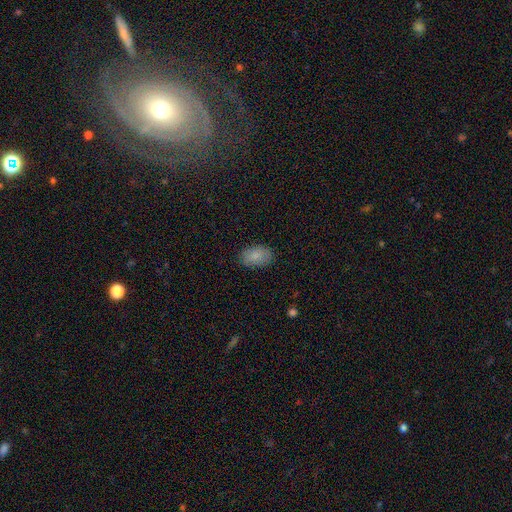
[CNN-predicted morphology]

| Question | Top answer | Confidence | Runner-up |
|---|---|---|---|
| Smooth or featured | smooth | 86% | star or artifact (7%) |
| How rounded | in between | 89% | round (9%) |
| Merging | none | 85% | minor disturbance (11%) |